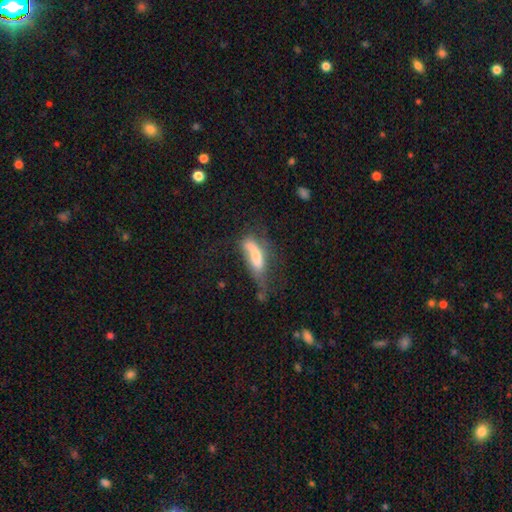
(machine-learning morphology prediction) This appears to be a smooth galaxy with no disk features (50%) that is in between round and cigar-shaped (51%). Merging: major disturbance (29%).